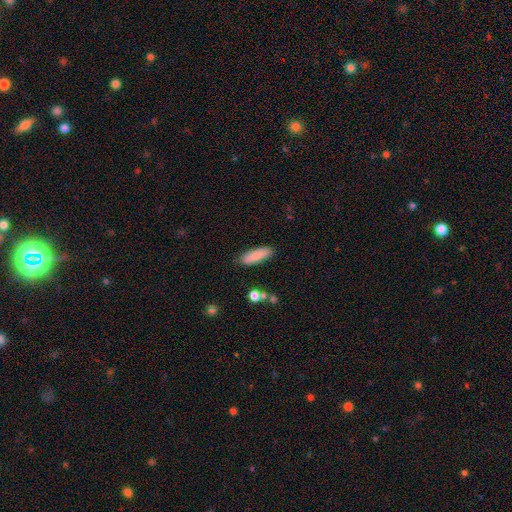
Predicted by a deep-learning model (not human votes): Smooth or featured?
  - smooth: 85% *
  - featured or disk: 9%
  - star or artifact: 6%
How rounded?
  - cigar-shaped: 49% * (tied)
  - in between: 49% * (tied)
  - round: 2%
Merging?
  - none: 86% *
  - minor disturbance: 10%
  - major disturbance: 2%
  - merger: 2%